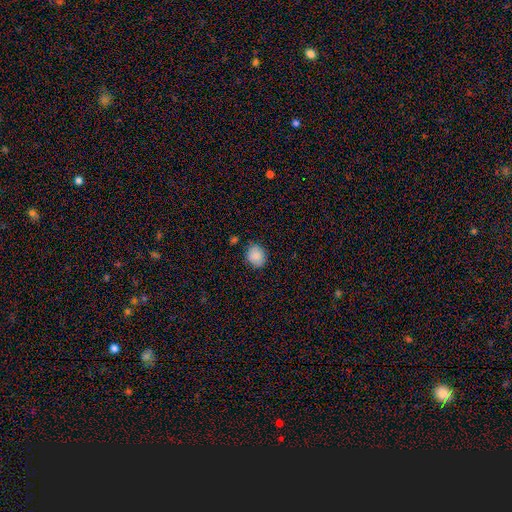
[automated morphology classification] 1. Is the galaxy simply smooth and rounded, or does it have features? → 85% smooth, 8% star or artifact, 6% featured or disk.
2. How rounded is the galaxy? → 62% round, 37% in between, 1% cigar-shaped.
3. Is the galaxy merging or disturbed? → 79% none, 15% minor disturbance, 3% major disturbance, 2% merger.